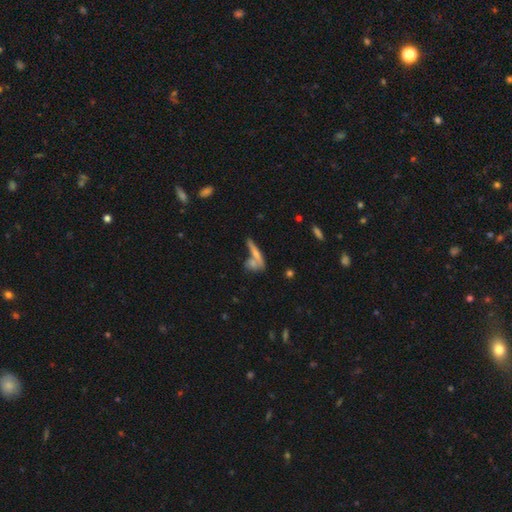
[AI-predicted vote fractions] smooth 55%, featured or disk 33%, star or artifact 11%. Down the decision tree: how rounded — cigar-shaped (69%); merging — none (48%).